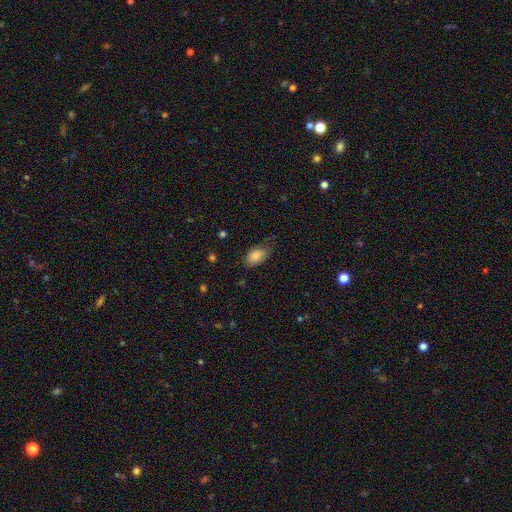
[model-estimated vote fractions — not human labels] Q: Smooth or featured?
A: smooth (84%); runner-up: featured or disk (8%)
Q: How rounded?
A: in between (92%); runner-up: round (6%)
Q: Merging?
A: none (66%); runner-up: minor disturbance (27%)